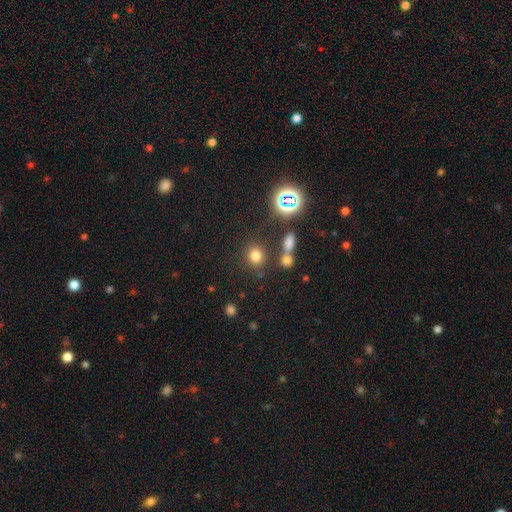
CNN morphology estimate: A smooth galaxy with no disk features (71%) that is round (75%).

Vote fractions:
- Smooth or featured? smooth: 71% / star or artifact: 22% / featured or disk: 7%
- How rounded? round: 75% / in between: 23% / cigar-shaped: 2%
- Merging? none: 75% / merger: 11% / minor disturbance: 9% / major disturbance: 5%